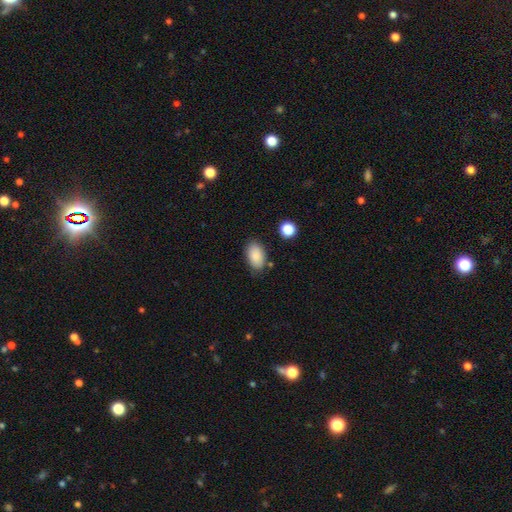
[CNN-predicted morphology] This appears to be a smooth galaxy with no disk features (88%) that is in between round and cigar-shaped (93%). Merging: none (80%).